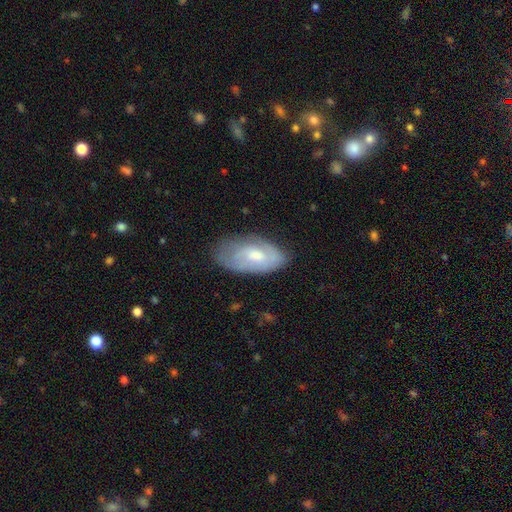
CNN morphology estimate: Smooth or featured: featured or disk — 47% (smooth — 46%)
Merging: none — 66% (minor disturbance — 25%)